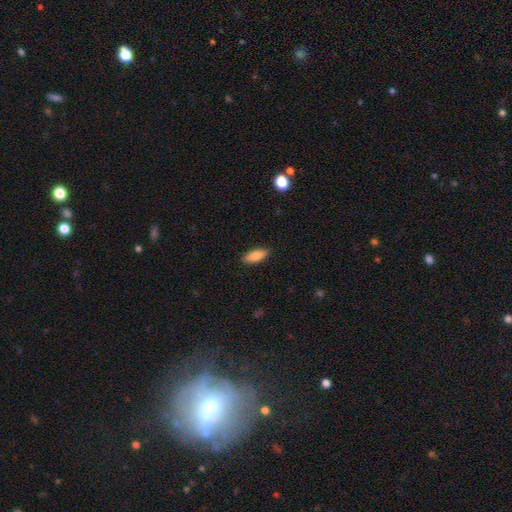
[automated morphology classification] The model was most divided on "how rounded": in between: 73%, cigar-shaped: 25%, round: 2%. More confident: merging — none (89%); smooth or featured — smooth (82%).